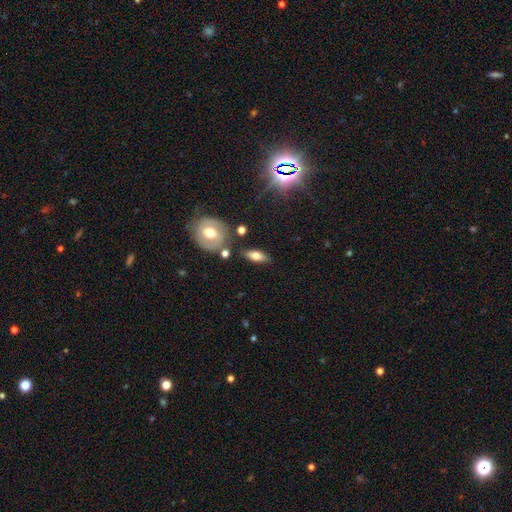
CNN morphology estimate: smooth_or_featured: smooth (p=0.63) [alt: featured or disk p=0.28]
how_rounded: in between (p=0.69) [alt: cigar-shaped p=0.24]
merging: none (p=0.76) [alt: minor disturbance p=0.14]